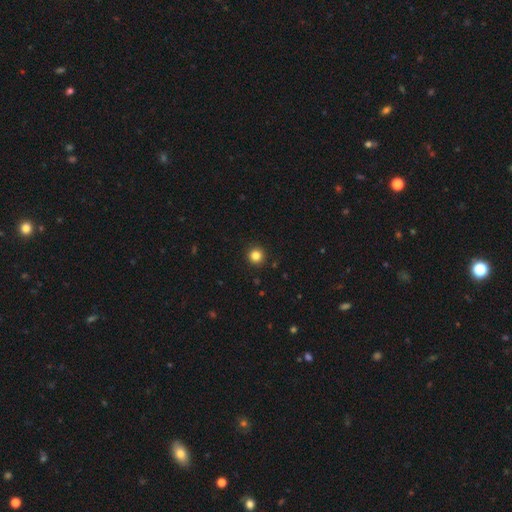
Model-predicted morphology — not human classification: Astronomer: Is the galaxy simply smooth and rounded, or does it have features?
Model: smooth — 84%.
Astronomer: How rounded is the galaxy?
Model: round — 95%.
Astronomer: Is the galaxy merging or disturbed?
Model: none — 93%.